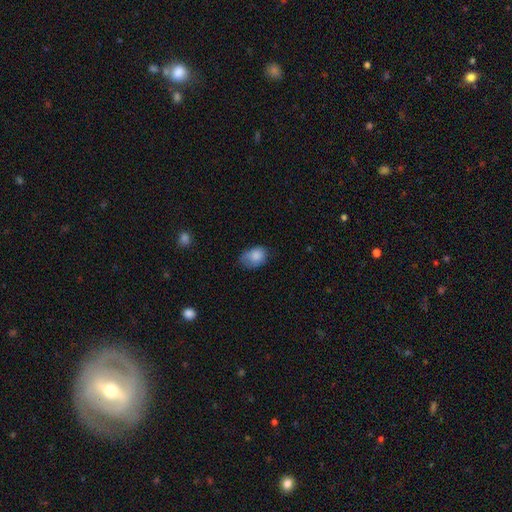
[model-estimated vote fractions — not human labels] Overall: smooth (84%). How rounded: in between (75%). Merging: none (53%; minor disturbance 35%).